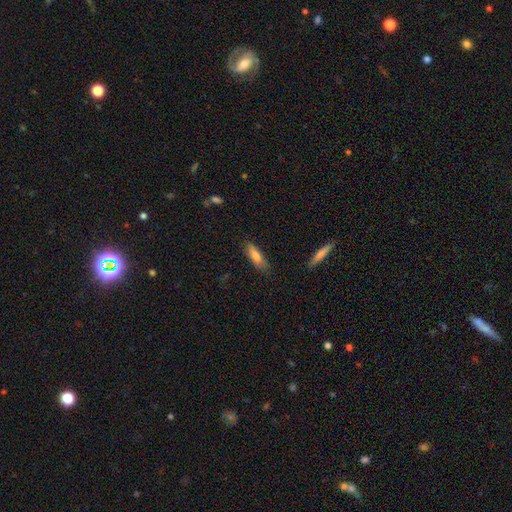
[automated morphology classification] smooth 74%, featured or disk 19%, star or artifact 7%. Down the decision tree: how rounded — cigar-shaped (62%); merging — none (79%).